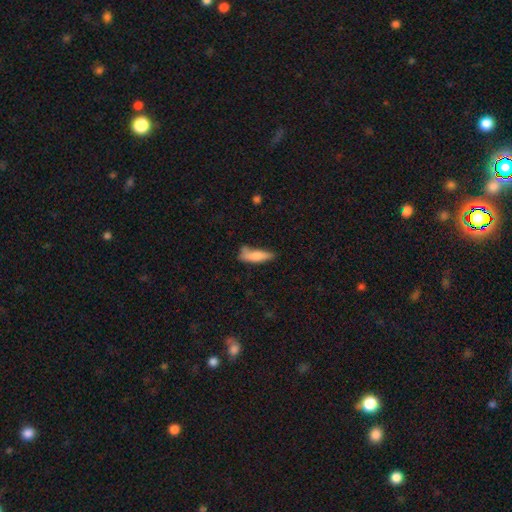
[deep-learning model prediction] Morphology: type=smooth (76%); roundness=cigar-shaped (57%); merging=none (46%).